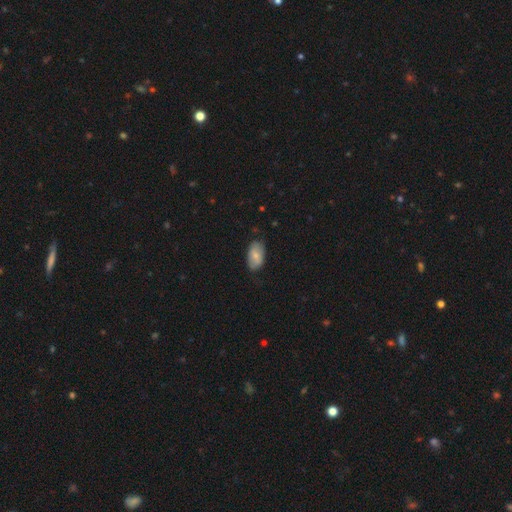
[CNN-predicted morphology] A smooth galaxy with no disk features (73%) that is in between round and cigar-shaped (94%). Merging: none (76%).